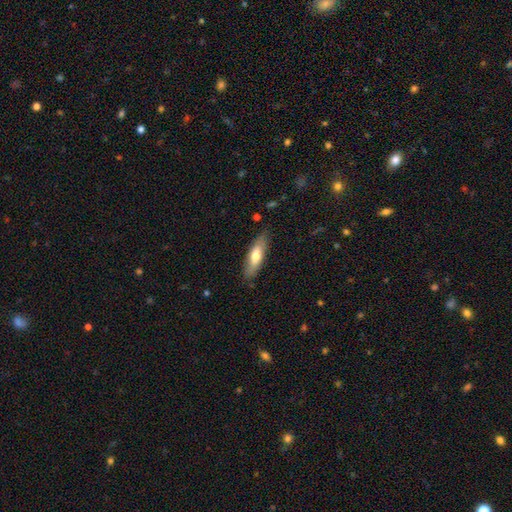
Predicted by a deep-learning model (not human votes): Q: Smooth or featured?
A: smooth (68%); runner-up: featured or disk (26%)
Q: How rounded?
A: cigar-shaped (53%); runner-up: in between (45%)
Q: Merging?
A: none (83%); runner-up: minor disturbance (13%)